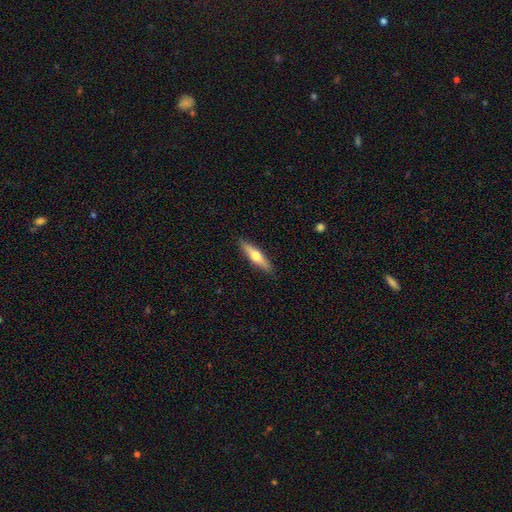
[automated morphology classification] Smooth or featured? Predicted: smooth (p=0.47, tied with featured or disk). Merging? Predicted: none (p=0.89).